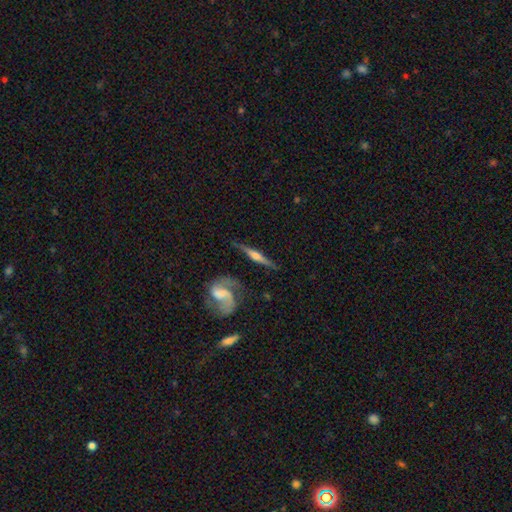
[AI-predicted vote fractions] featured or disk 79%, smooth 16%, star or artifact 5%. Down the decision tree: edge-on disk — yes (92%); edge-on bulge — rounded (85%); merging — none (76%).